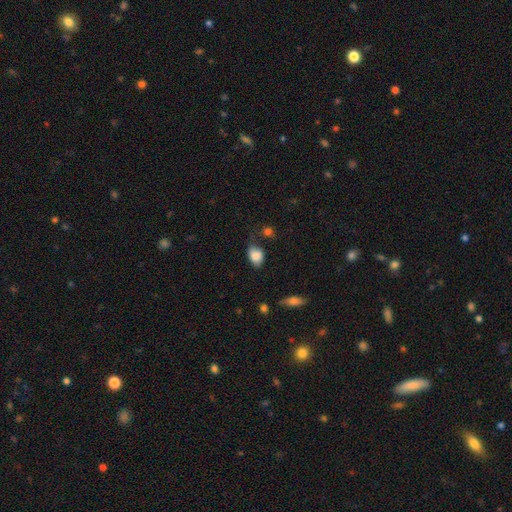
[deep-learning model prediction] smooth_or_featured: smooth (p=0.82) [alt: featured or disk p=0.10]
how_rounded: in between (p=0.74) [alt: round p=0.24]
merging: none (p=0.49) [alt: minor disturbance p=0.35]